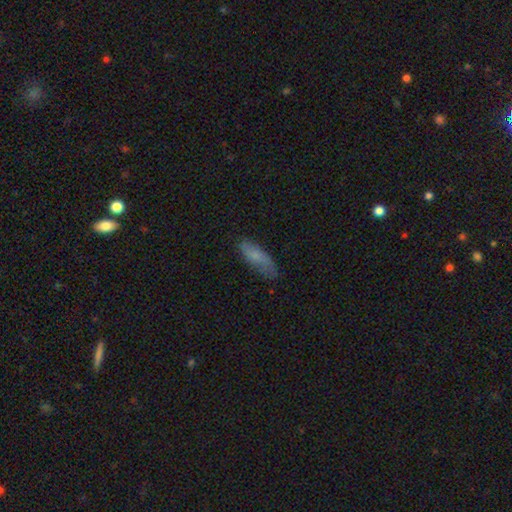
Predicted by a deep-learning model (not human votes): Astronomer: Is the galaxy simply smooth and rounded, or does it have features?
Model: smooth — 75%.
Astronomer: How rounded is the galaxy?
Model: in between — 57% (runner-up: cigar-shaped, 41%).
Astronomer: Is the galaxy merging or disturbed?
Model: none — 70%.